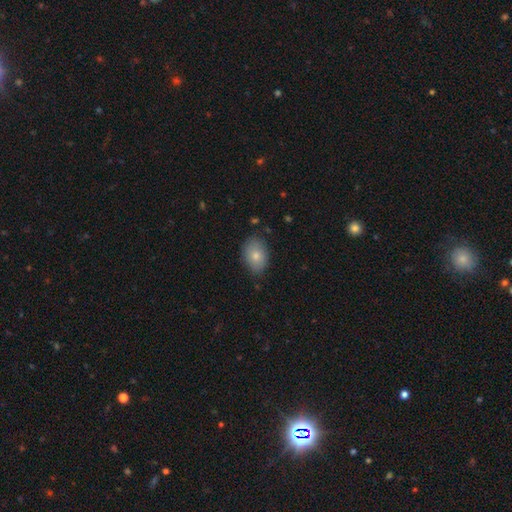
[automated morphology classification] smooth-or-featured: smooth: 79% | featured or disk: 14% | star or artifact: 7%
  how-rounded: in between: 82% | round: 17% | cigar-shaped: 1%
  merging: none: 79% | minor disturbance: 17% | major disturbance: 3% | merger: 1%